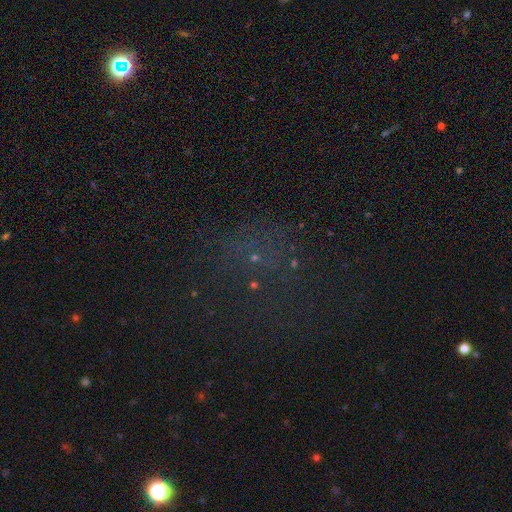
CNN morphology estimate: Smooth or featured? star or artifact (54%)